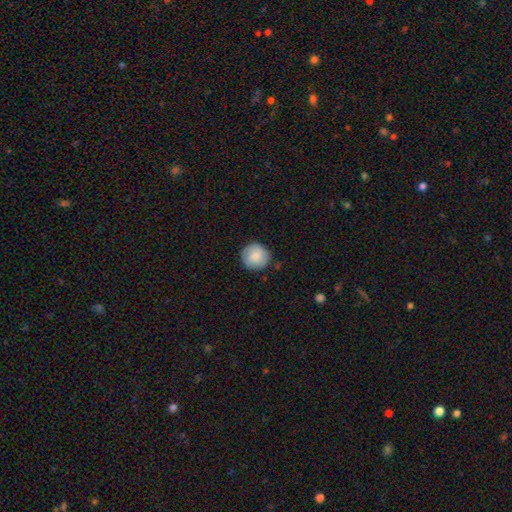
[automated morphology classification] smooth-or-featured: smooth: 82% | featured or disk: 11% | star or artifact: 7%
  how-rounded: round: 93% | in between: 6% | cigar-shaped: 1%
  merging: none: 85% | minor disturbance: 11% | major disturbance: 2% | merger: 1%